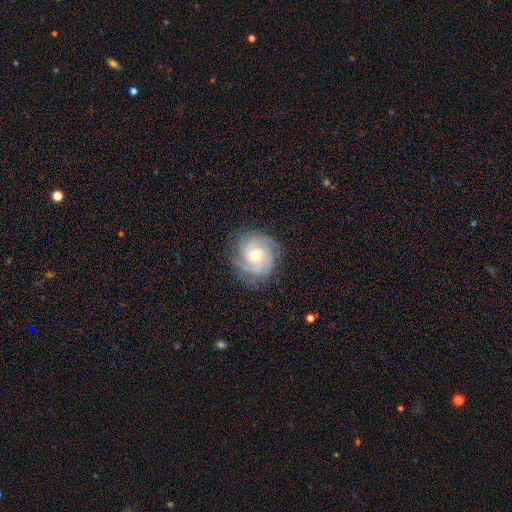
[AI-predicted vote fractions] featured or disk 84%, smooth 11%, star or artifact 6%. Down the decision tree: edge-on disk — no (98%); bar — no (67%); spiral arms — yes (96%); spiral arm count — 2 (33%); spiral winding — tight (65%); bulge size — moderate (65%); merging — none (78%).